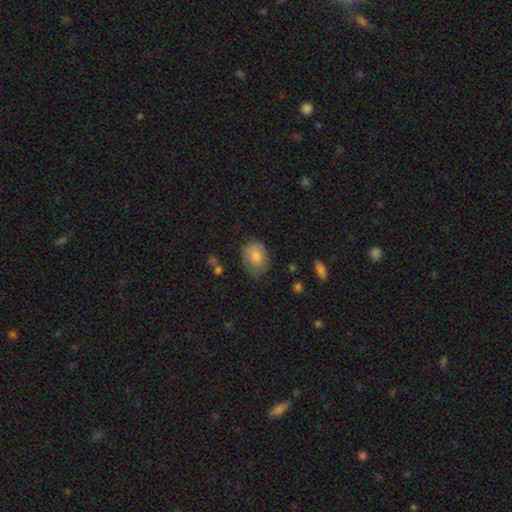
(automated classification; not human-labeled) Overall: smooth (73%). How rounded: in between (67%; round 32%). Merging: none (61%; minor disturbance 29%).